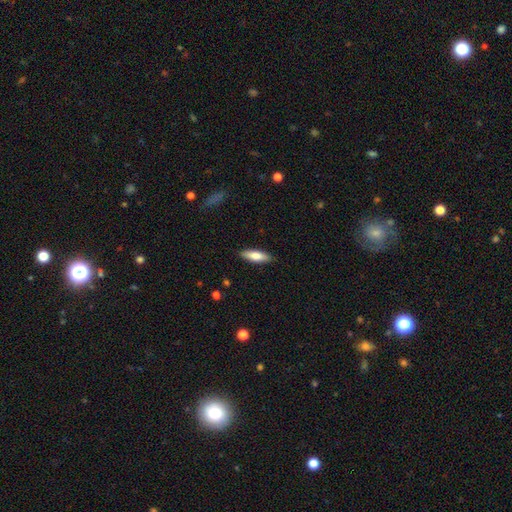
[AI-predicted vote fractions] smooth 74%, featured or disk 21%, star or artifact 6%. Down the decision tree: how rounded — in between (50%); merging — none (88%).